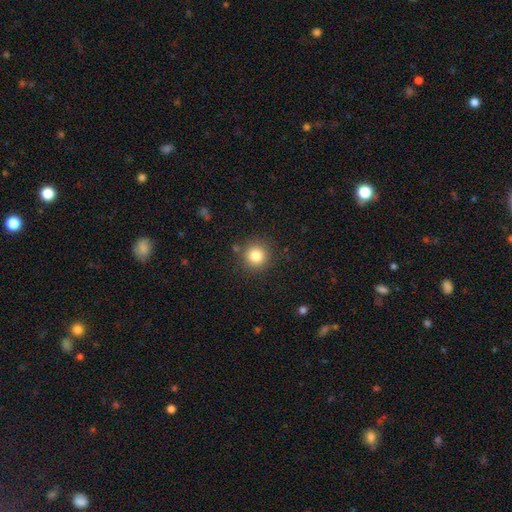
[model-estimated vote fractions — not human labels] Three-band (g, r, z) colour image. It shows a smooth galaxy with no disk features (82%) that is round (94%). Merging: none (87%).